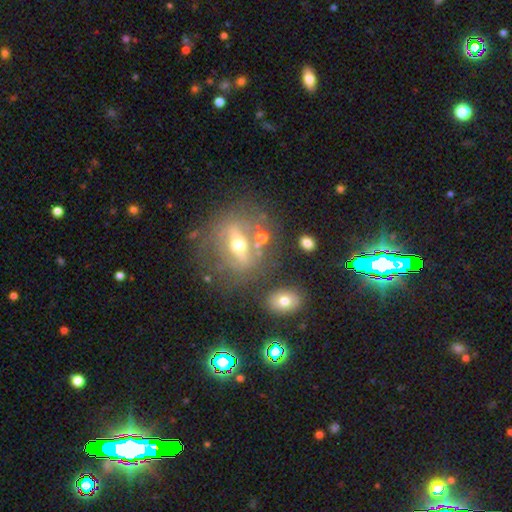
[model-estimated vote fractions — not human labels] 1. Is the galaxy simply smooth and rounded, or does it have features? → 54% featured or disk, 23% star or artifact, 23% smooth.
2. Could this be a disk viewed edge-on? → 59% no, 41% yes.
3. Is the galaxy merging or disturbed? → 70% none, 13% minor disturbance, 9% merger, 8% major disturbance.